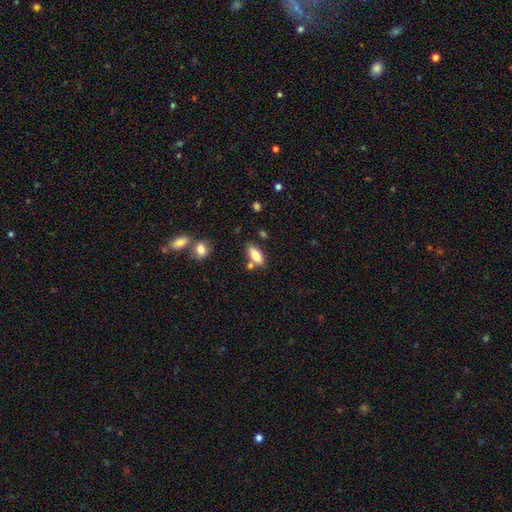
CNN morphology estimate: This appears to be a smooth galaxy with no disk features (74%) that is in between round and cigar-shaped (80%). Merging: none (74%).